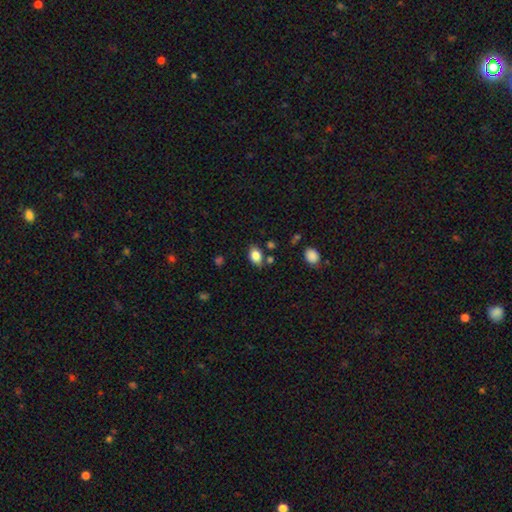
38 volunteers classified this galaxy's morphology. smooth 89%, featured or disk 8%, star or artifact 3%. Down the decision tree: how rounded — in between (76%); merging — none (76%).